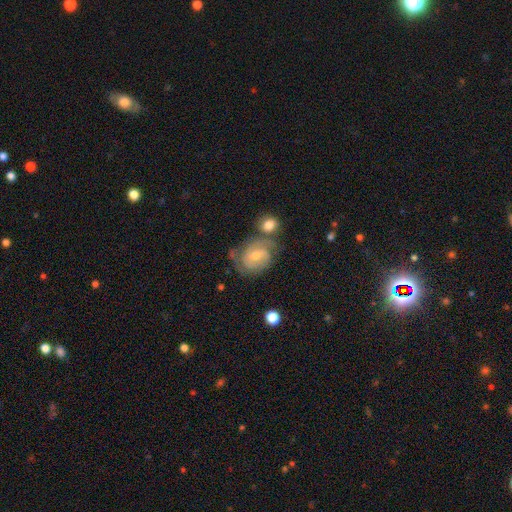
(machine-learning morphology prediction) Smooth or featured? featured or disk (61%)
Edge-on disk? no (96%)
Bar? weak (48%)
Spiral arms? yes (79%)
Bulge size? moderate (49%)
Merging? none (44%)